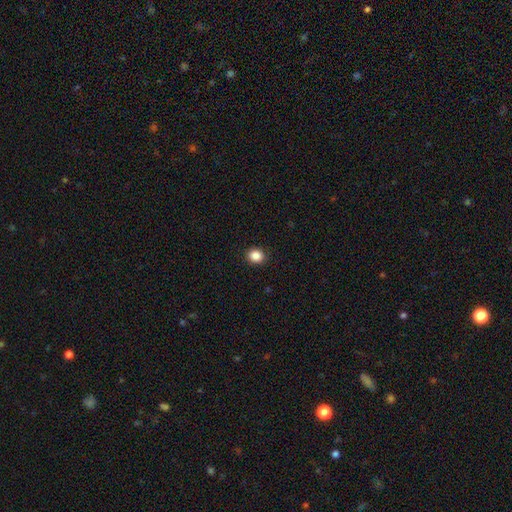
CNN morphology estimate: Smooth or featured? Predicted: smooth (p=0.86). How rounded? Predicted: round (p=0.78). Merging? Predicted: none (p=0.91).